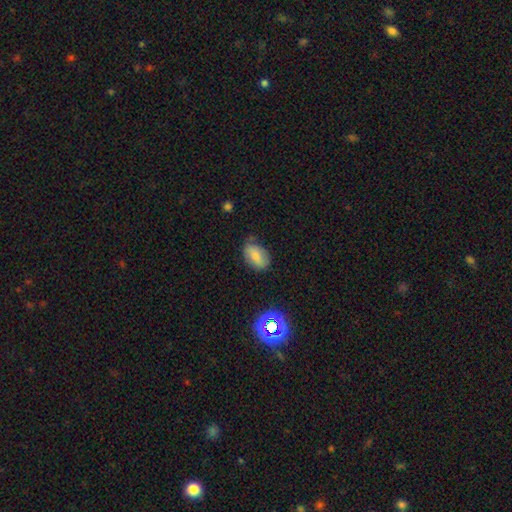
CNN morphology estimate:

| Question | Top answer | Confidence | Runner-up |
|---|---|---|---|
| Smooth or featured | smooth | 72% | featured or disk (18%) |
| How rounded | in between | 87% | round (11%) |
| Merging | none | 70% | minor disturbance (23%) |